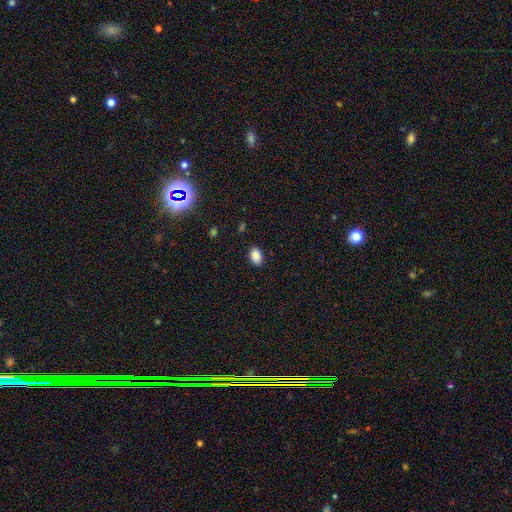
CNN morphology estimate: smooth_or_featured: smooth (p=0.88) [alt: star or artifact p=0.09]
how_rounded: in between (p=0.83) [alt: round p=0.16]
merging: none (p=0.88) [alt: minor disturbance p=0.09]